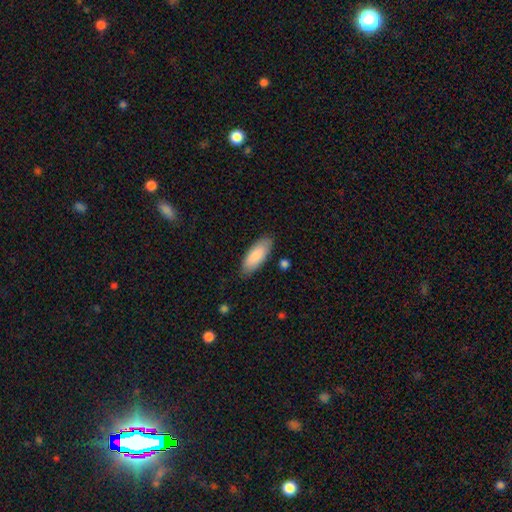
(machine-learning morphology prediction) Smooth or featured? smooth (85%)
How rounded? in between (79%)
Merging? none (83%)